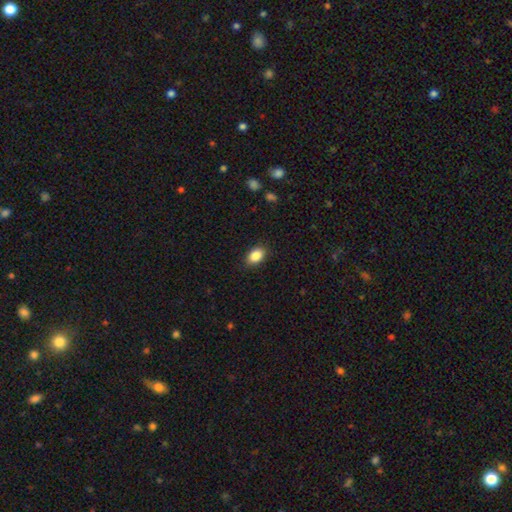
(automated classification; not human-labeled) A smooth galaxy with no disk features (87%) that is in between round and cigar-shaped (86%). Merging: none (87%).